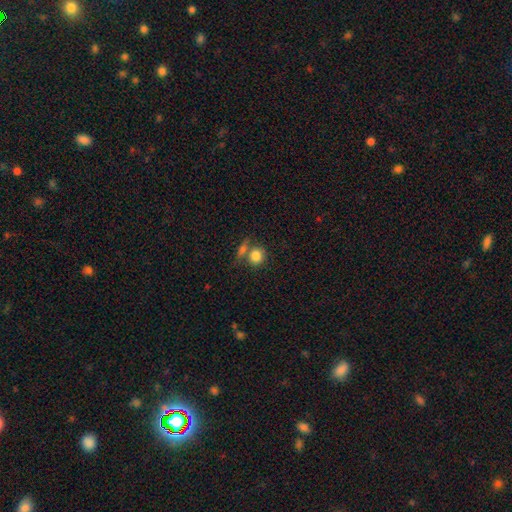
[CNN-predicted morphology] The model was most divided on "merging": none: 54%, merger: 30%, minor disturbance: 11%, major disturbance: 5%. More confident: smooth or featured — smooth (82%); how rounded — round (79%).